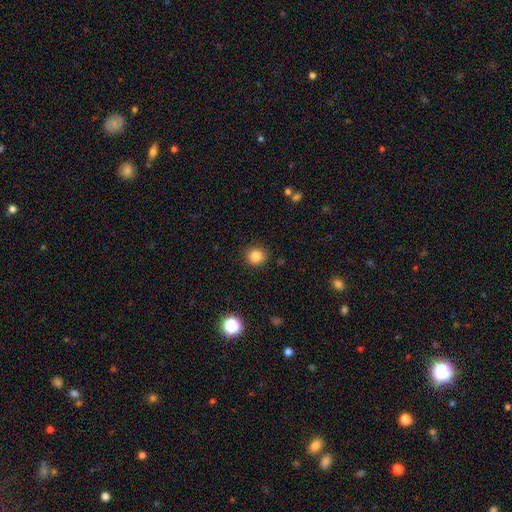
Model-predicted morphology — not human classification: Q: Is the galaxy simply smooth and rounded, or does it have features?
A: smooth — 83%.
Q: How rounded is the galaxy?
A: round — 85%.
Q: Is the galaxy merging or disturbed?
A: none — 88%.